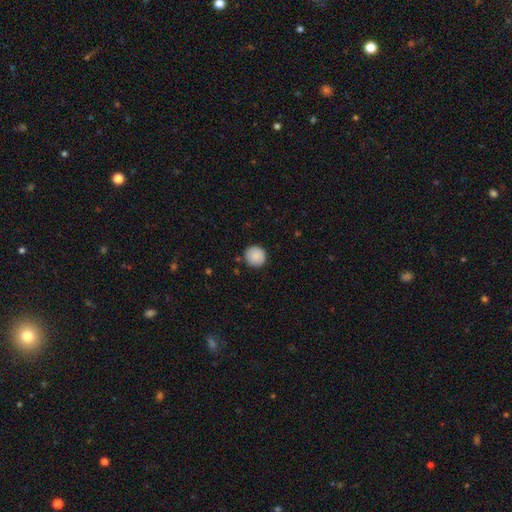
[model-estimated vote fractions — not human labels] smooth-or-featured: smooth: 88% | star or artifact: 8% | featured or disk: 5%
  how-rounded: round: 95% | in between: 4% | cigar-shaped: 1%
  merging: none: 89% | minor disturbance: 8% | major disturbance: 2% | merger: 1%